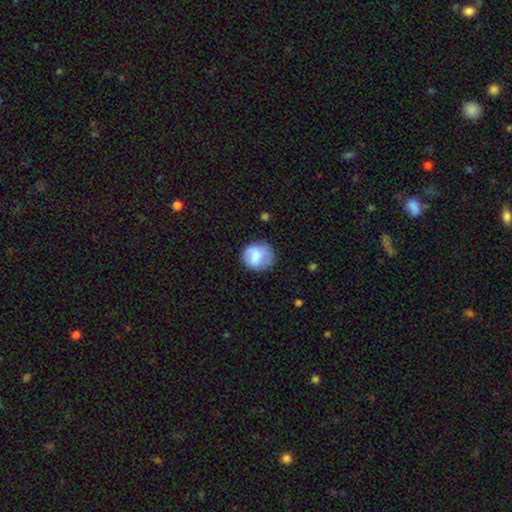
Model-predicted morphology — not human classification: This is likely a smooth galaxy (77%). How rounded: likely round (78%). Merging: likely none (65%).